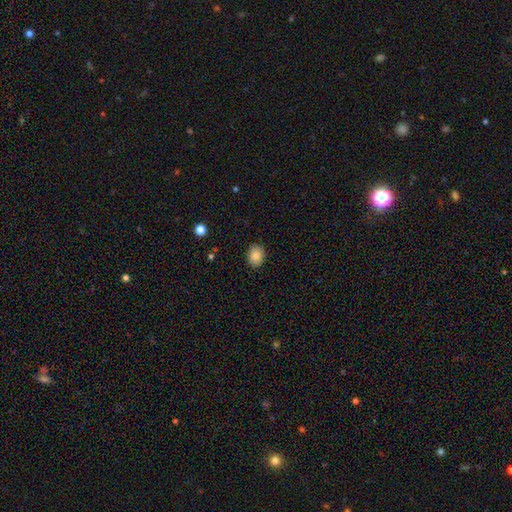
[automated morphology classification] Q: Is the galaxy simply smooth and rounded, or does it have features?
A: smooth — 86%.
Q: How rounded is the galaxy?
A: in between — 56%.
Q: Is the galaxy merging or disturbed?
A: none — 88%.